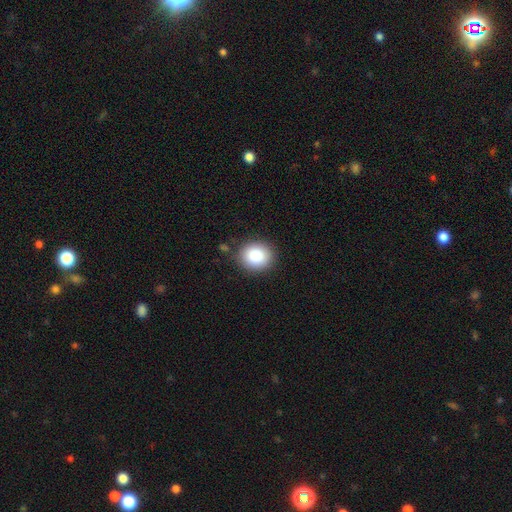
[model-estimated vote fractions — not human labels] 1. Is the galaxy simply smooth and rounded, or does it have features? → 87% smooth, 8% star or artifact, 5% featured or disk.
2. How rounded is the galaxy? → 71% round, 28% in between, 1% cigar-shaped.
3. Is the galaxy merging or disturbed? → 87% none, 9% minor disturbance, 3% major disturbance, 2% merger.